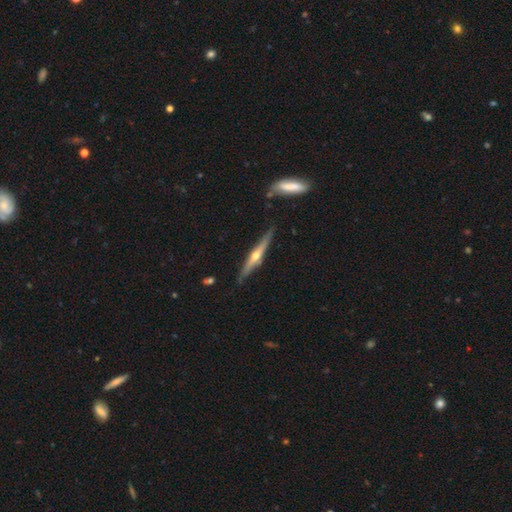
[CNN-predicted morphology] type=featured or disk (72%); edge-on=yes (96%); edge-on bulge=rounded (88%); merging=none (84%).